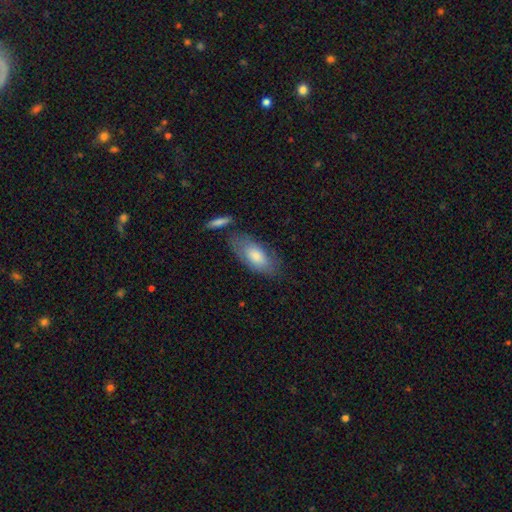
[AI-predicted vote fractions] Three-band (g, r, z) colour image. It shows a smooth galaxy with no disk features (73%) that is in between round and cigar-shaped (87%). Merging: none (67%).